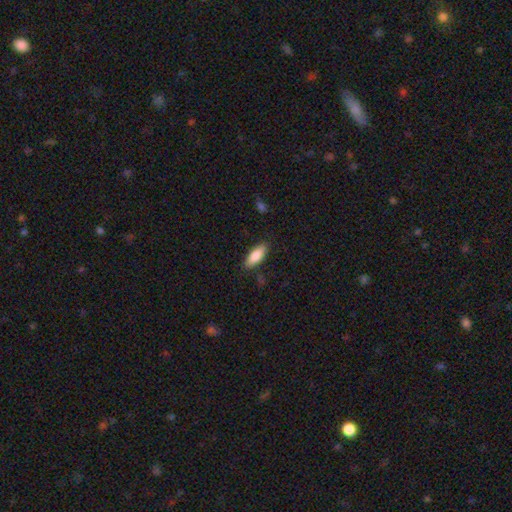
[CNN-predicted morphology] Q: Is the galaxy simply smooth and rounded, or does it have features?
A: smooth — 84%.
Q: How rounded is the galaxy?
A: in between — 74%.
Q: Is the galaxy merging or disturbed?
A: none — 85%.